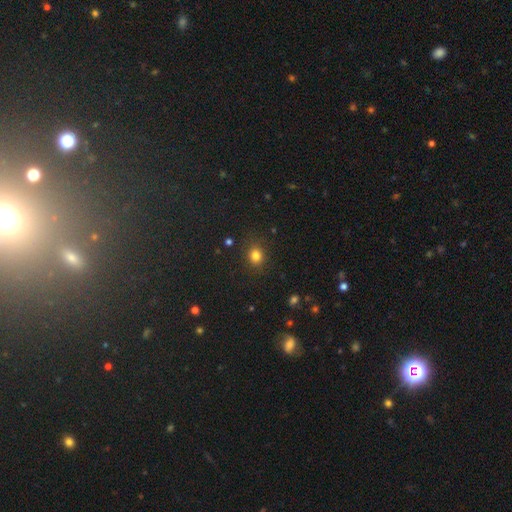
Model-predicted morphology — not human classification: Smooth or featured? smooth (80%)
How rounded? round (71%)
Merging? none (85%)